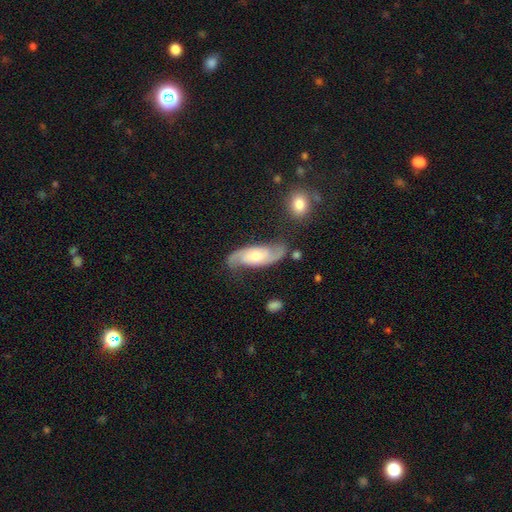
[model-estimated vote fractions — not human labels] smooth-or-featured: featured or disk: 79% | smooth: 15% | star or artifact: 6%
  disk-edge-on: no: 91% | yes: 9%
    bar: no: 61% | weak: 30% | strong: 9%
    has-spiral-arms: yes: 95% | no: 5%
      spiral-winding: medium: 44% | loose: 34% | tight: 22%
      spiral-arm-count: 2: 90% | can't tell: 5% | 1: 2% | 3: 1% | 4: 1% | more than 4: 1%
    bulge-size: moderate: 54% | small: 35% | large: 7% | none: 3% | dominant: 1%
  merging: none: 72% | minor disturbance: 17% | major disturbance: 7% | merger: 4%